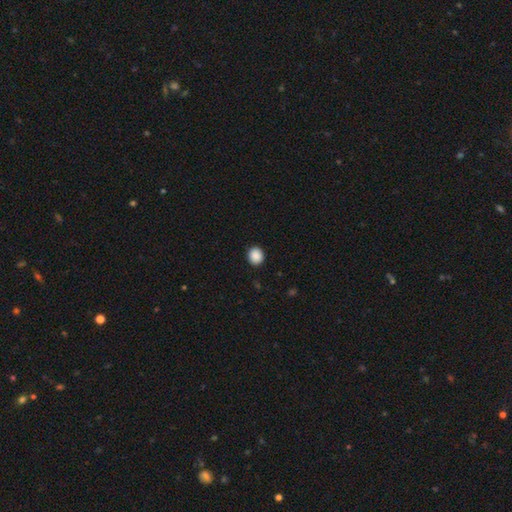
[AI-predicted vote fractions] Q: Smooth or featured?
A: smooth (89%); runner-up: star or artifact (9%)
Q: How rounded?
A: round (76%); runner-up: in between (23%)
Q: Merging?
A: none (91%); runner-up: minor disturbance (6%)